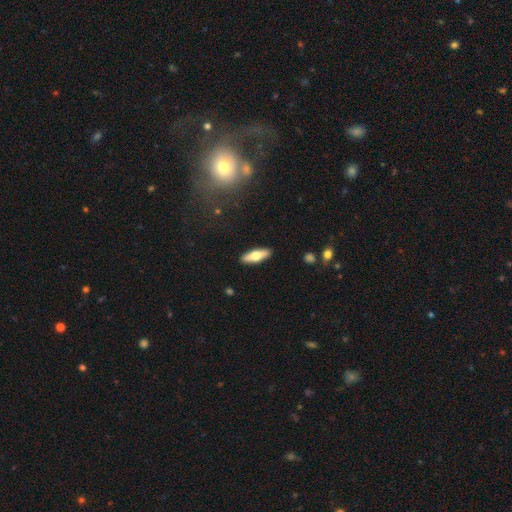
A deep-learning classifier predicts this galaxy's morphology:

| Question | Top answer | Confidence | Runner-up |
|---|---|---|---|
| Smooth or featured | smooth | 62% | featured or disk (33%) |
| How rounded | in between | 56% | cigar-shaped (41%) |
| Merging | none | 90% | minor disturbance (7%) |